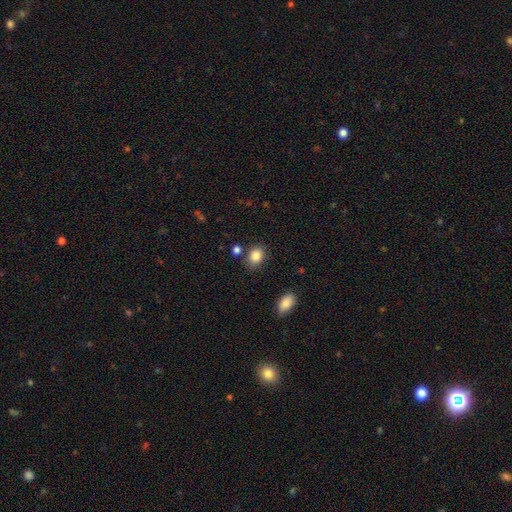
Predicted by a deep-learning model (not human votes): This is clearly a smooth galaxy (86%). How rounded: likely in between (63%). Merging: likely none (76%).